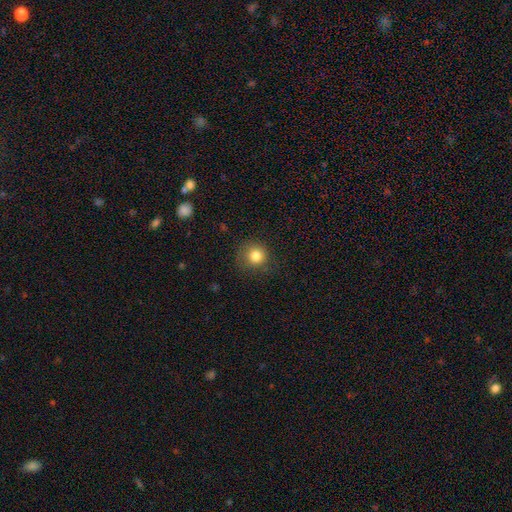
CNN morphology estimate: Smooth or featured: smooth — 82% (star or artifact — 12%)
How rounded: round — 92% (in between — 7%)
Merging: none — 82% (minor disturbance — 13%)